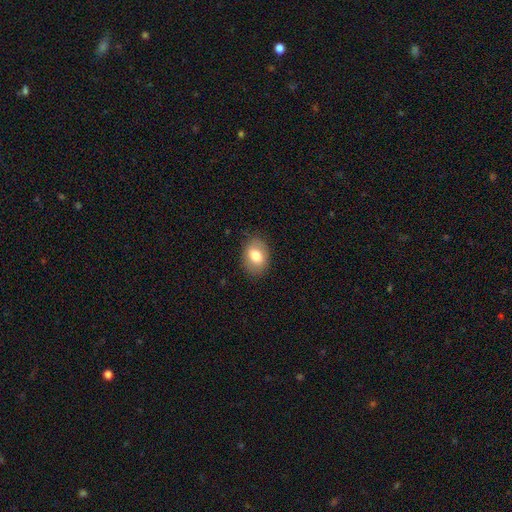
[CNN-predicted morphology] smooth-or-featured: smooth: 76% | featured or disk: 16% | star or artifact: 8%
  how-rounded: in between: 75% | round: 24% | cigar-shaped: 1%
  merging: none: 83% | minor disturbance: 12% | major disturbance: 4% | merger: 1%